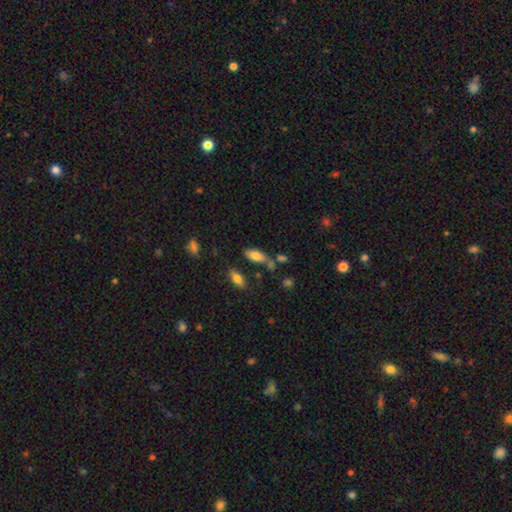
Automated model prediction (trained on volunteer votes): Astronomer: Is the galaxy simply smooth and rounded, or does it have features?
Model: smooth — 78%.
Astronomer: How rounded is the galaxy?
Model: in between — 82%.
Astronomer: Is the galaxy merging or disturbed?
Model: none — 58%.